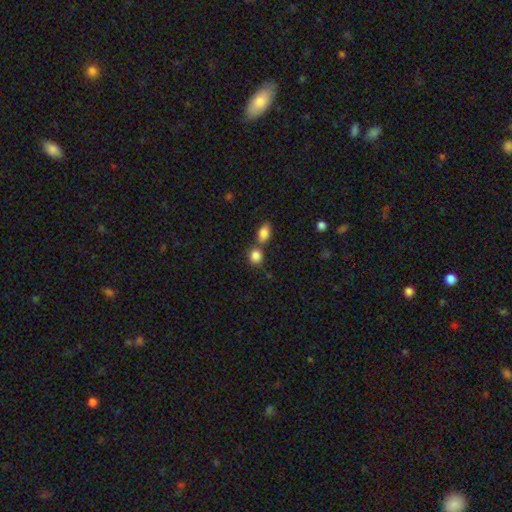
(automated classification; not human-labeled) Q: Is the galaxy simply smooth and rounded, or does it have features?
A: smooth — 85%.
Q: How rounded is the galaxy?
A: round — 67%.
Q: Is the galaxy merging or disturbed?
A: none — 47%.